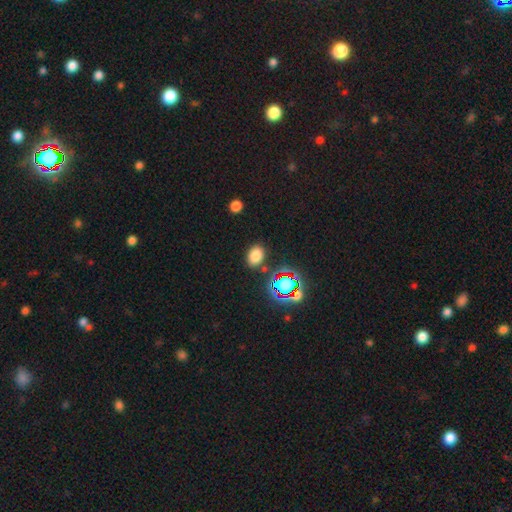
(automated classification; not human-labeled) smooth-or-featured: smooth: 75% | star or artifact: 18% | featured or disk: 7%
  how-rounded: in between: 76% | round: 23% | cigar-shaped: 1%
  merging: none: 82% | minor disturbance: 11% | merger: 3% | major disturbance: 3%